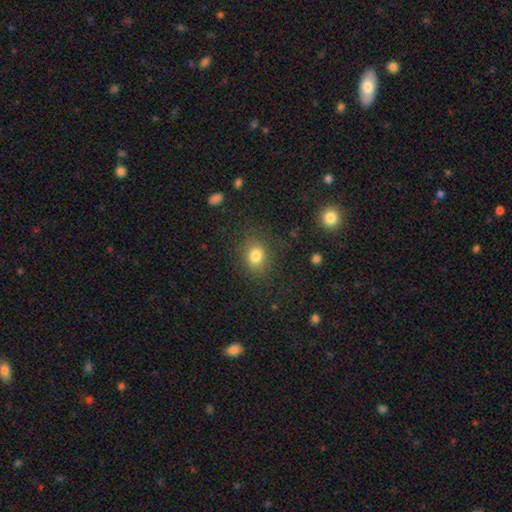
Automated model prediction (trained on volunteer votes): smooth 80%, star or artifact 12%, featured or disk 7%. Down the decision tree: how rounded — round (57%); merging — none (81%).